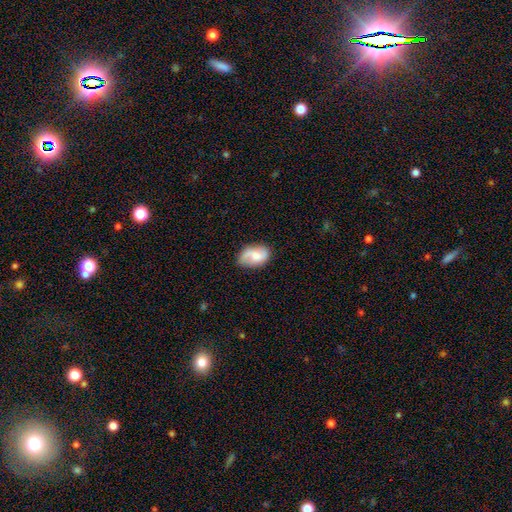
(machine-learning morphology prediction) A smooth galaxy with no disk features (56%) that is in between round and cigar-shaped (87%).

Vote fractions:
- Smooth or featured? smooth: 56% / featured or disk: 36% / star or artifact: 8%
- How rounded? in between: 87% / round: 11% / cigar-shaped: 2%
- Merging? none: 63% / minor disturbance: 27% / major disturbance: 8% / merger: 2%